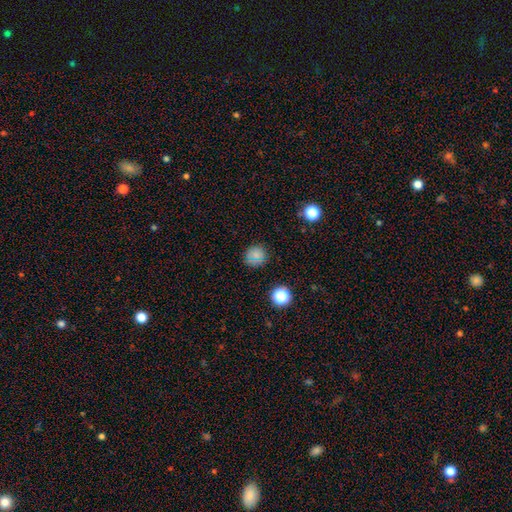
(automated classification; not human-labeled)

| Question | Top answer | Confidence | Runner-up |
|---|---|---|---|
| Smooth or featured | smooth | 76% | star or artifact (16%) |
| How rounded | round | 89% | in between (10%) |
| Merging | none | 82% | minor disturbance (12%) |